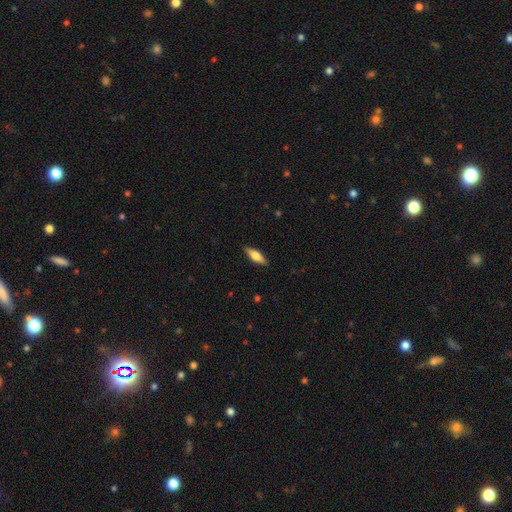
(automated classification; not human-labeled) smooth-or-featured: smooth: 56% | featured or disk: 38% | star or artifact: 6%
  how-rounded: in between: 51% | cigar-shaped: 46% | round: 3%
  merging: none: 88% | minor disturbance: 9% | major disturbance: 2% | merger: 1%